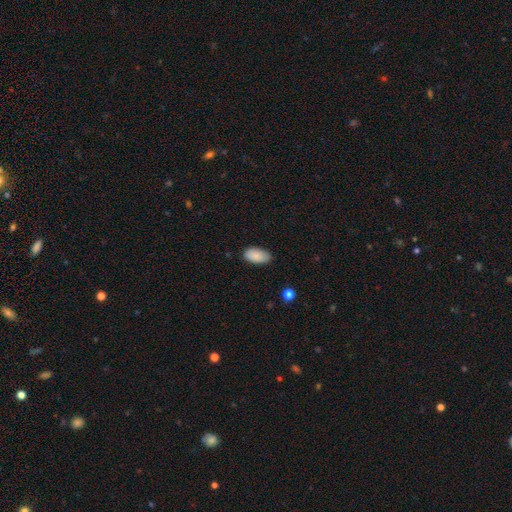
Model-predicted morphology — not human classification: Overall: smooth (88%). How rounded: in between (95%). Merging: none (81%).